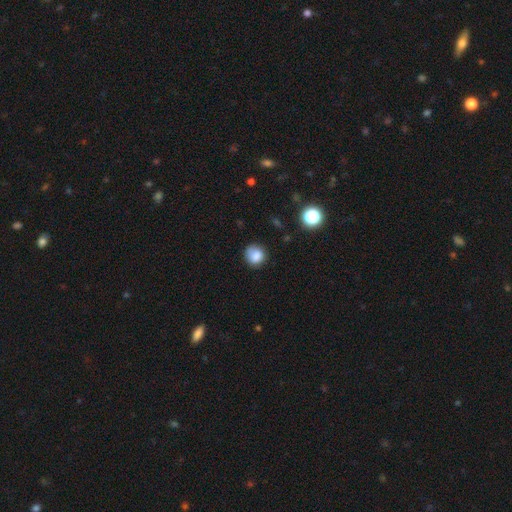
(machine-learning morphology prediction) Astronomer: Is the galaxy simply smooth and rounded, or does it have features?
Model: smooth — 83%.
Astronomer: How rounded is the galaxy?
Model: round — 84%.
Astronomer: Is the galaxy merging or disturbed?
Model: none — 72%.